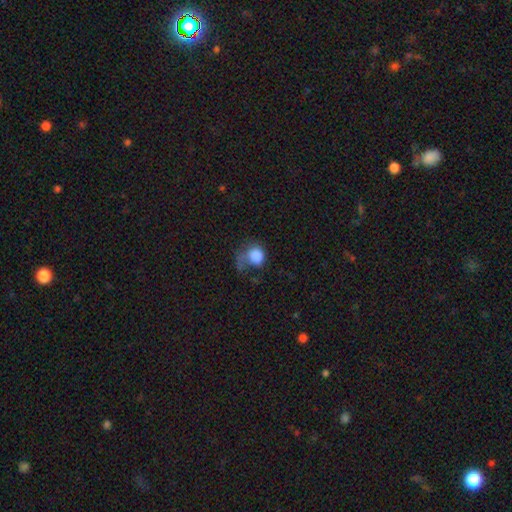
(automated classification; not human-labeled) Smooth or featured: smooth — 79% (featured or disk — 12%)
How rounded: round — 64% (in between — 35%)
Merging: major disturbance — 43% (none — 25%)